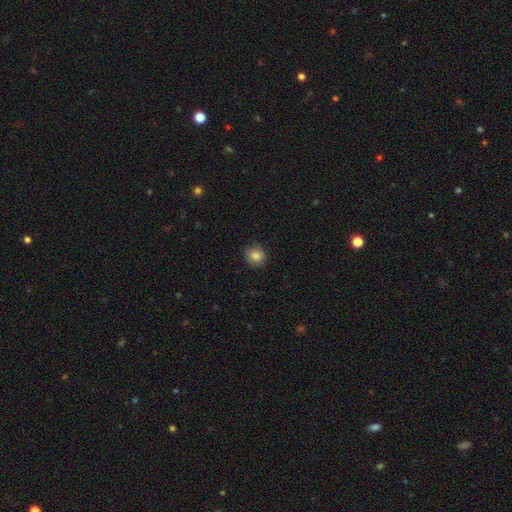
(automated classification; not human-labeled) A smooth galaxy with no disk features (83%) that is round (88%).

Vote fractions:
- Smooth or featured? smooth: 83% / star or artifact: 10% / featured or disk: 7%
- How rounded? round: 88% / in between: 11% / cigar-shaped: 1%
- Merging? none: 86% / minor disturbance: 11% / major disturbance: 2% / merger: 1%